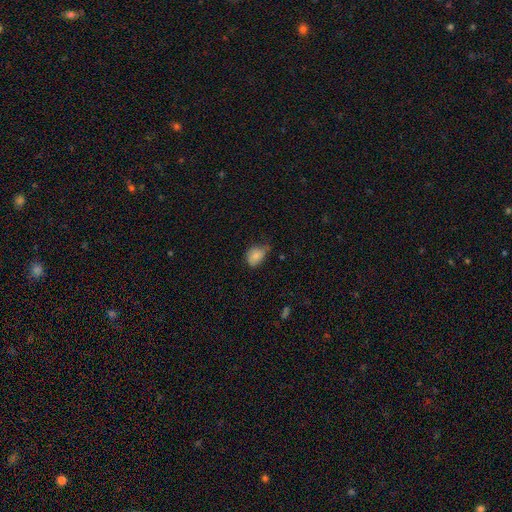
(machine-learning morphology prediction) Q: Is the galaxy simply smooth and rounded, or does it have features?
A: smooth — 79%.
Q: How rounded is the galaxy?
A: in between — 60%.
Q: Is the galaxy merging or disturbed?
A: minor disturbance — 43%.